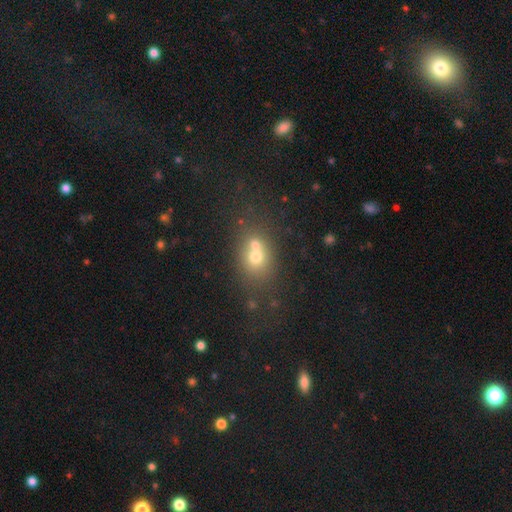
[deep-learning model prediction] Smooth or featured? smooth (60%)
How rounded? round (57%)
Merging? merger (51%)